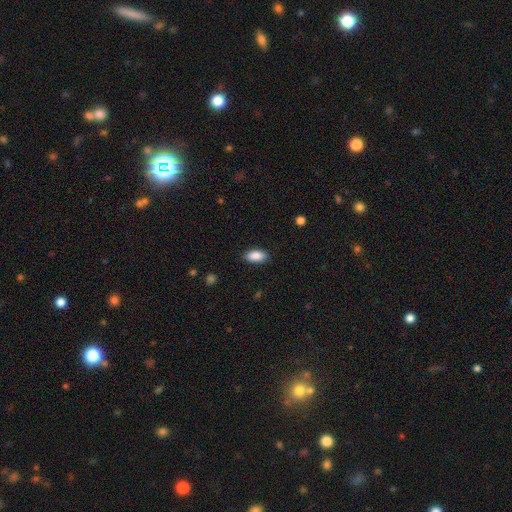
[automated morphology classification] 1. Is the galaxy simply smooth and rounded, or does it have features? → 89% smooth, 7% star or artifact, 5% featured or disk.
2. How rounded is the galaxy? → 90% in between, 7% cigar-shaped, 3% round.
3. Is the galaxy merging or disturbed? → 85% none, 11% minor disturbance, 2% major disturbance, 1% merger.